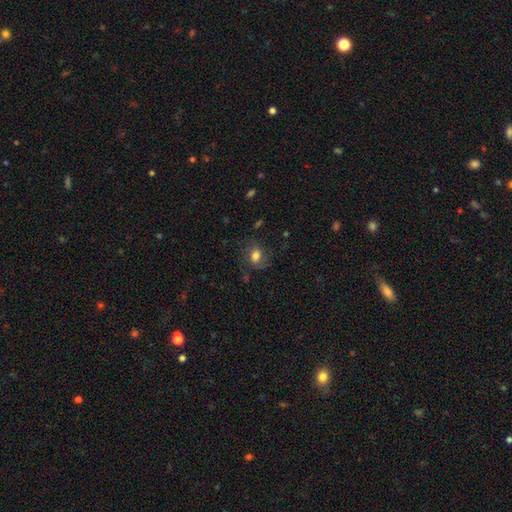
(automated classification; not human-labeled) Smooth or featured?
  - smooth: 66% *
  - featured or disk: 23%
  - star or artifact: 11%
How rounded?
  - in between: 52% *
  - round: 47%
  - cigar-shaped: 1%
Merging?
  - none: 64% *
  - minor disturbance: 21%
  - major disturbance: 13%
  - merger: 2%